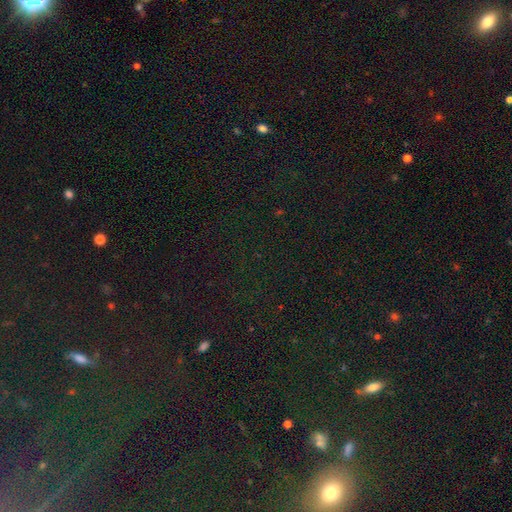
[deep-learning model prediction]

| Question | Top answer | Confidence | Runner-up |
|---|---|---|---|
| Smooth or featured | star or artifact | 74% | smooth (17%) |